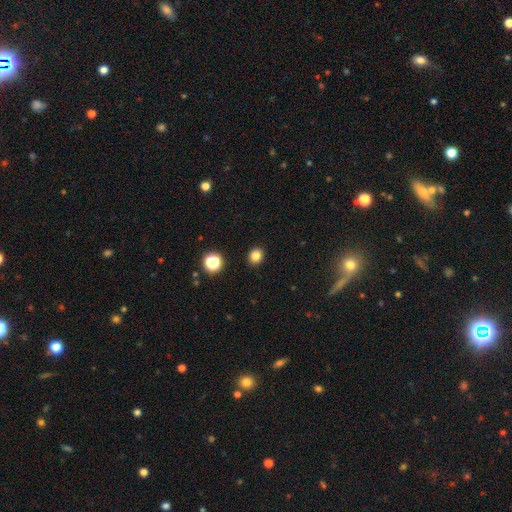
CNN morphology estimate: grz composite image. It shows a smooth galaxy with no disk features (82%) that is round (72%). Merging: none (91%).